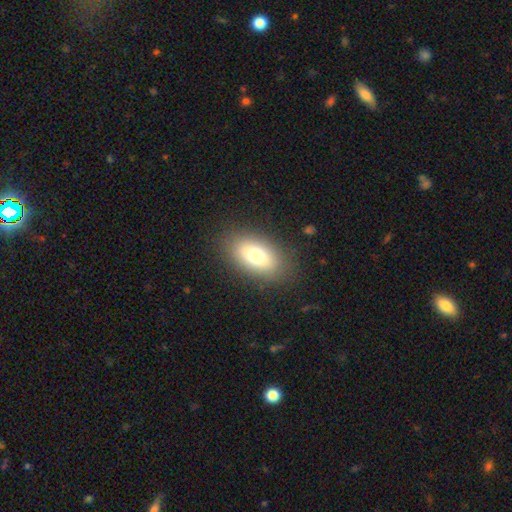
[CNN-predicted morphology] The model was most divided on "smooth or featured": smooth: 76%, featured or disk: 15%, star or artifact: 9%. More confident: how rounded — in between (89%); merging — none (85%).